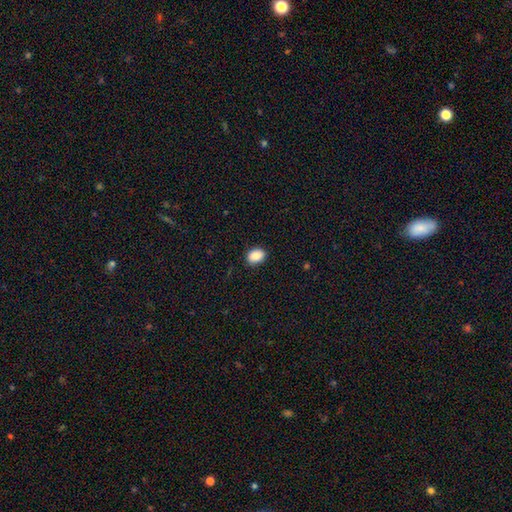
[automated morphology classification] The model was most divided on "how rounded": in between: 72%, round: 27%, cigar-shaped: 1%. More confident: smooth or featured — smooth (89%); merging — none (89%).